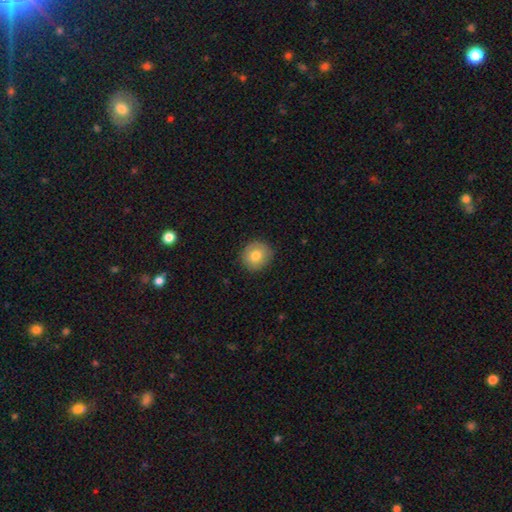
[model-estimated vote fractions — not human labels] smooth_or_featured: smooth (p=0.77) [alt: featured or disk p=0.14]
how_rounded: round (p=0.89) [alt: in between p=0.10]
merging: none (p=0.86) [alt: minor disturbance p=0.10]